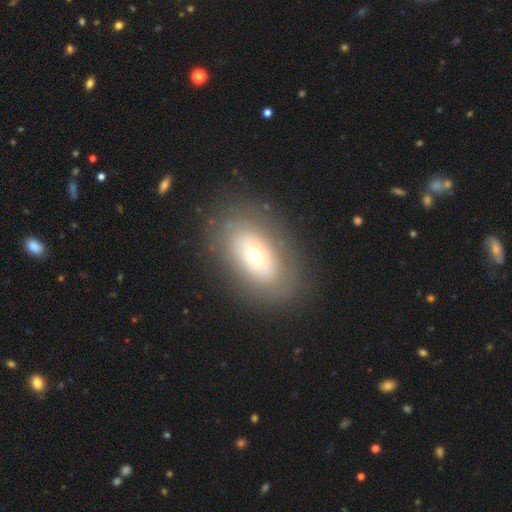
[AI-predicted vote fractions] smooth-or-featured: smooth: 51% | featured or disk: 40% | star or artifact: 8%
  how-rounded: in between: 86% | round: 11% | cigar-shaped: 3%
  merging: none: 82% | minor disturbance: 11% | major disturbance: 6% | merger: 1%